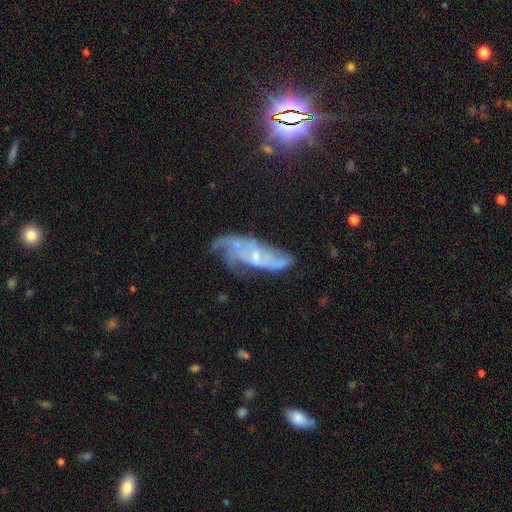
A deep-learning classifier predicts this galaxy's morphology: Overall: featured or disk (74%). Edge-on disk: no (89%). Bar: no (57%; weak 34%). Spiral arms: yes (84%). Spiral arm count: can't tell (36%; 3 21%). Spiral winding: medium (40%; loose 30%). Bulge size: small (68%). Merging: none (45%; minor disturbance 25%).